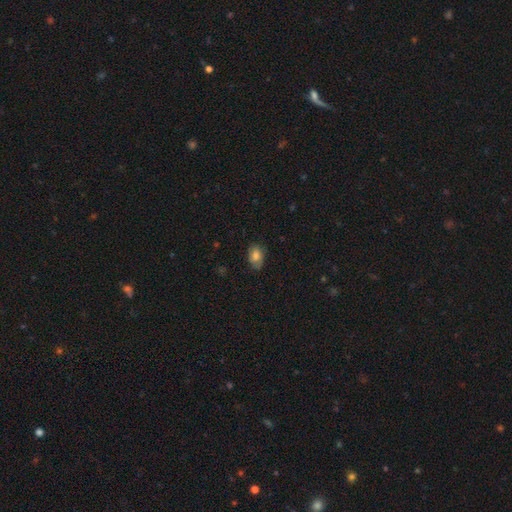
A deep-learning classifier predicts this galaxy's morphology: A smooth galaxy with no disk features (80%) that is in between round and cigar-shaped (84%).

Vote fractions:
- Smooth or featured? smooth: 80% / featured or disk: 11% / star or artifact: 8%
- How rounded? in between: 84% / round: 15% / cigar-shaped: 1%
- Merging? none: 79% / minor disturbance: 17% / major disturbance: 3% / merger: 1%